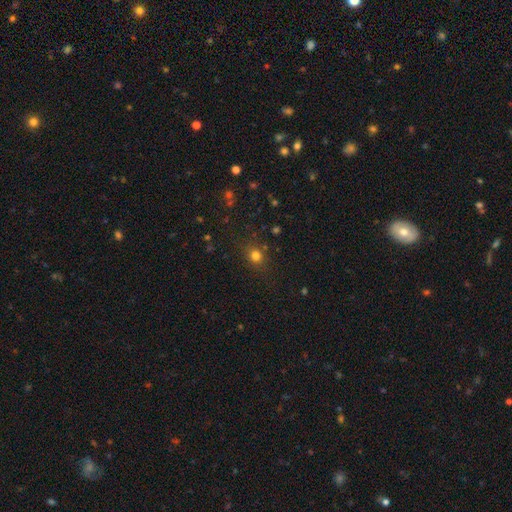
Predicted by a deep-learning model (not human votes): Smooth or featured? smooth (77%)
How rounded? round (82%)
Merging? none (83%)